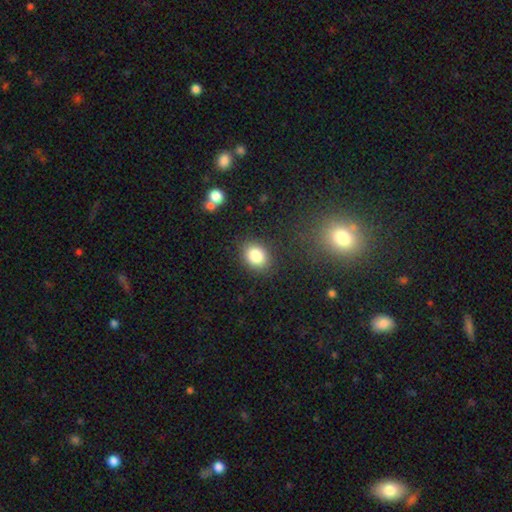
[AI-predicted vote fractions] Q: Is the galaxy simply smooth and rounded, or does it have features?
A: smooth — 84%.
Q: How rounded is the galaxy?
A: in between — 55%.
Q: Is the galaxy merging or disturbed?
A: none — 85%.